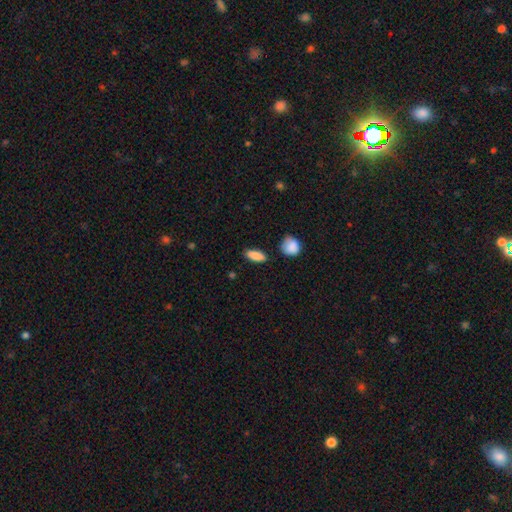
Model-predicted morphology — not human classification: Smooth or featured?
  - smooth: 87% *
  - star or artifact: 7%
  - featured or disk: 6%
How rounded?
  - in between: 74% *
  - cigar-shaped: 22%
  - round: 4%
Merging?
  - none: 82% *
  - minor disturbance: 12%
  - merger: 3%
  - major disturbance: 3%